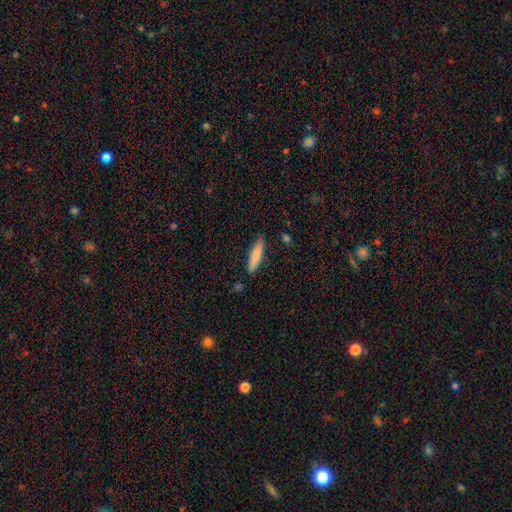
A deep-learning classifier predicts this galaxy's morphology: Smooth or featured: smooth — 81% (featured or disk — 13%)
How rounded: cigar-shaped — 80% (in between — 18%)
Merging: none — 85% (minor disturbance — 11%)